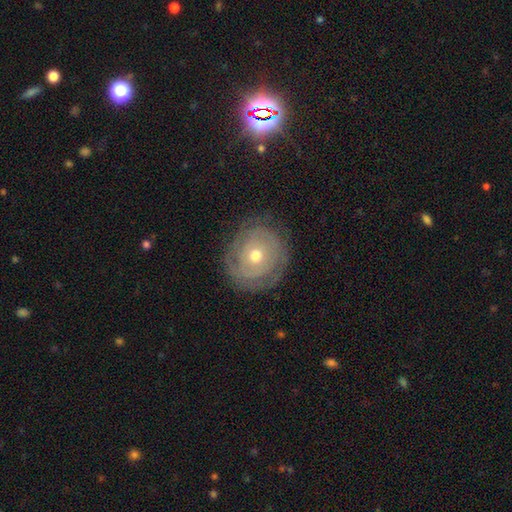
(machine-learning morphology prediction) Smooth or featured?
  - featured or disk: 71% *
  - smooth: 22%
  - star or artifact: 7%
Edge-on disk?
  - no: 97% *
  - yes: 3%
Bar?
  - no: 83% *
  - weak: 13%
  - strong: 4%
Spiral arms?
  - yes: 76% *
  - no: 24%
Spiral winding?
  - tight: 79% *
  - medium: 15%
  - loose: 6%
Spiral arm count?
  - can't tell: 44% *
  - 2: 29%
  - 3: 12%
  - 1: 7%
  - 4: 5%
  - more than 4: 4%
Bulge size?
  - moderate: 64% *
  - small: 31%
  - large: 3%
  - dominant: 1%
  - none: 1%
Merging?
  - none: 79% *
  - minor disturbance: 14%
  - major disturbance: 6%
  - merger: 1%